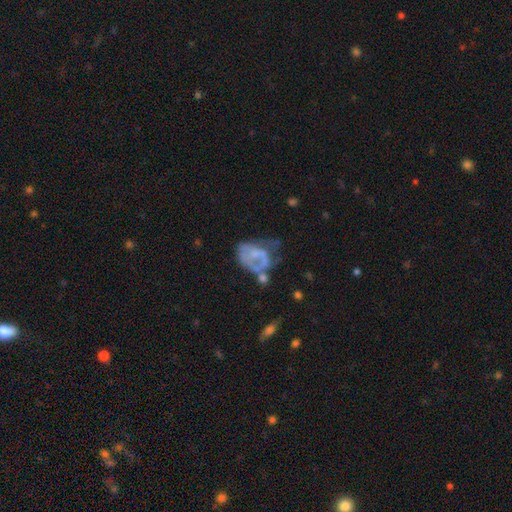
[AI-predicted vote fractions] A featured or disk galaxy (58%) with no bar (79%), no spiral arms (70%) and no central bulge (38%). Merging: major disturbance (38%).